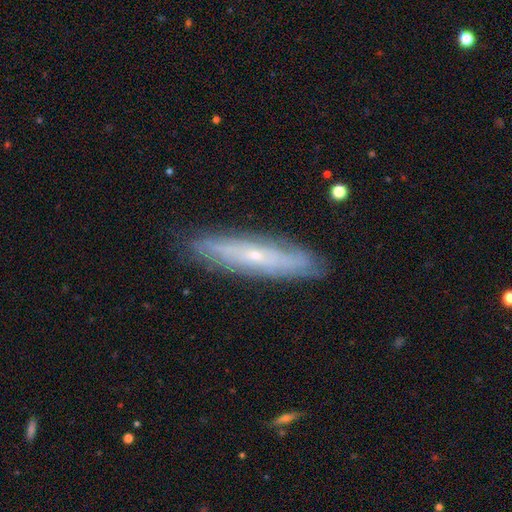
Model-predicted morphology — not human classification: The model was most divided on "edge-on disk": yes: 54%, no: 46%. More confident: merging — none (85%); smooth or featured — featured or disk (68%).